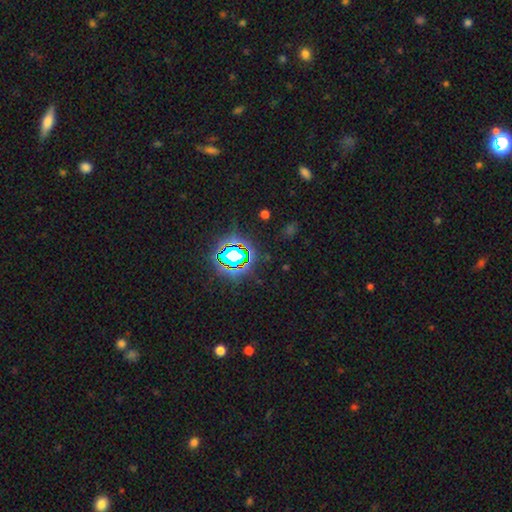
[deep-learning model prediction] A star or artifact, not a galaxy (81%).